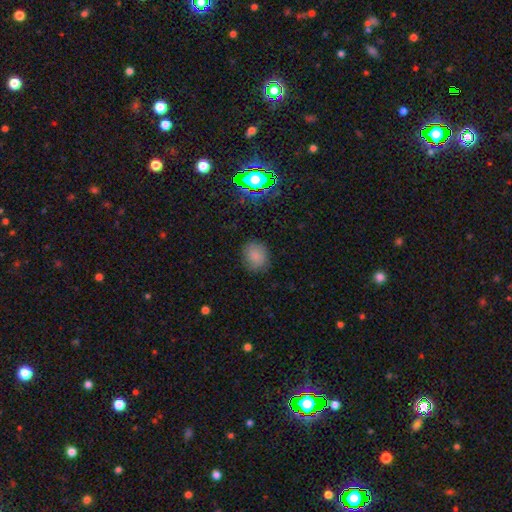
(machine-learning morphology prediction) This is clearly a smooth galaxy (81%). How rounded: likely round (75%). Merging: clearly none (81%).